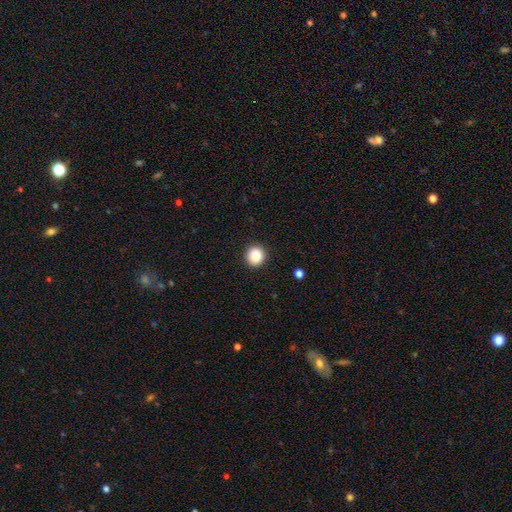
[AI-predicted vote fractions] Smooth or featured? smooth (87%)
How rounded? round (89%)
Merging? none (91%)